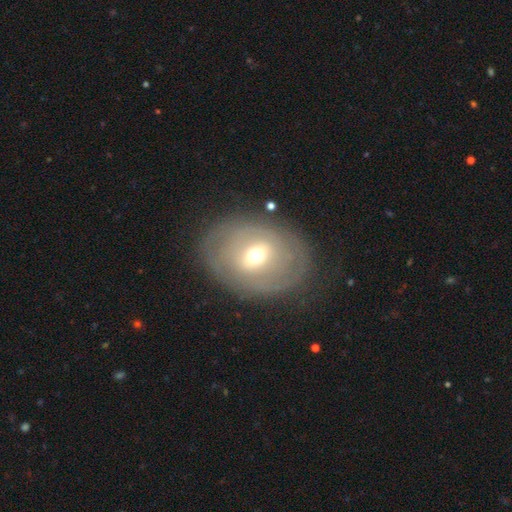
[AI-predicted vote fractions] Smooth or featured: featured or disk — 55% (smooth — 37%)
Edge-on disk: no — 92% (yes — 8%)
Bar: no — 42% (weak — 41%)
Spiral arms: no — 60% (yes — 40%)
Bulge size: moderate — 60% (small — 32%)
Merging: none — 78% (minor disturbance — 14%)